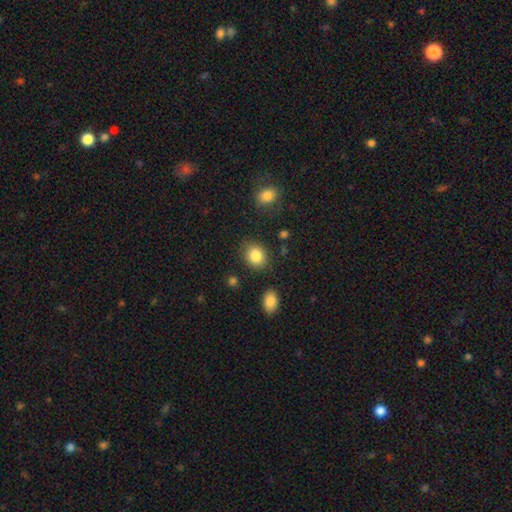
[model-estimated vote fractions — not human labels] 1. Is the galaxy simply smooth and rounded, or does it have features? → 85% smooth, 9% star or artifact, 6% featured or disk.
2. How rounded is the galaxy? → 60% round, 39% in between, 1% cigar-shaped.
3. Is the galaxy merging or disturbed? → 83% none, 11% minor disturbance, 4% major disturbance, 3% merger.